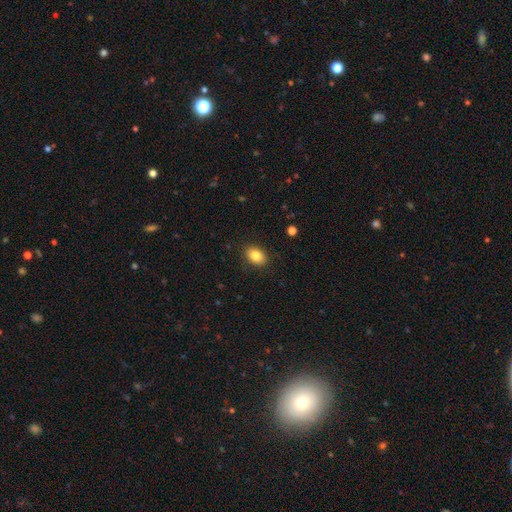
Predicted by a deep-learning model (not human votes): A smooth galaxy with no disk features (84%) that is in between round and cigar-shaped (79%). Merging: none (88%).